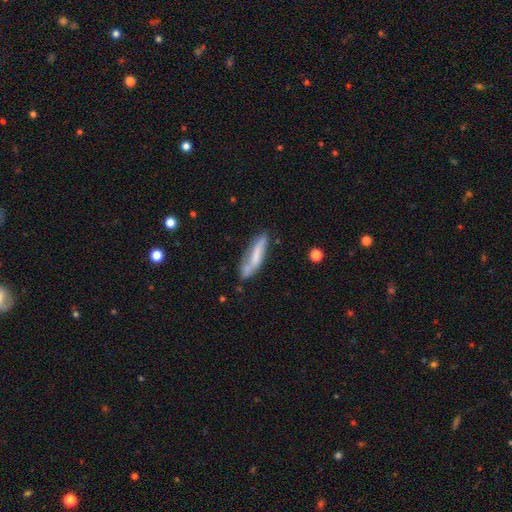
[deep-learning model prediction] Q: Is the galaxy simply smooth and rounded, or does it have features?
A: smooth — 53%.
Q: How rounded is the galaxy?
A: cigar-shaped — 69%.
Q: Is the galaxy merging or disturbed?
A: none — 57%.